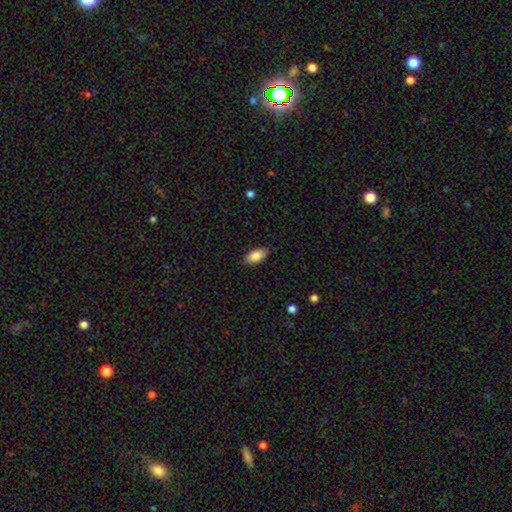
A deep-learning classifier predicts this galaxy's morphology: A smooth galaxy with no disk features (84%) that is in between round and cigar-shaped (91%).

Vote fractions:
- Smooth or featured? smooth: 84% / featured or disk: 9% / star or artifact: 7%
- How rounded? in between: 91% / cigar-shaped: 6% / round: 3%
- Merging? none: 86% / minor disturbance: 11% / major disturbance: 2% / merger: 1%